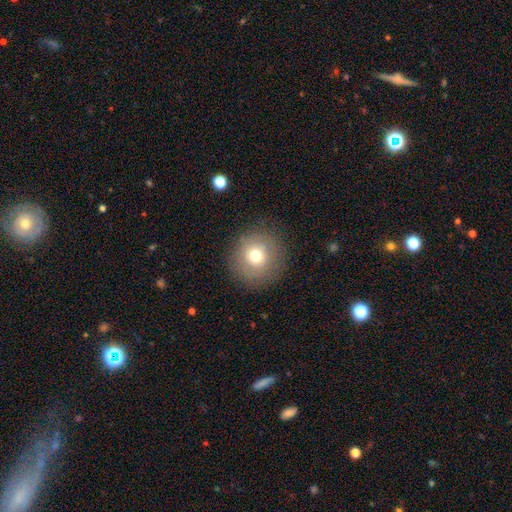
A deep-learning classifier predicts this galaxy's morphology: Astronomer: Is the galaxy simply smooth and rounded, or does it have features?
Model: smooth — 72%.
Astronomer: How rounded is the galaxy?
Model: round — 94%.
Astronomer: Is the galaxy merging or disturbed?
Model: none — 87%.